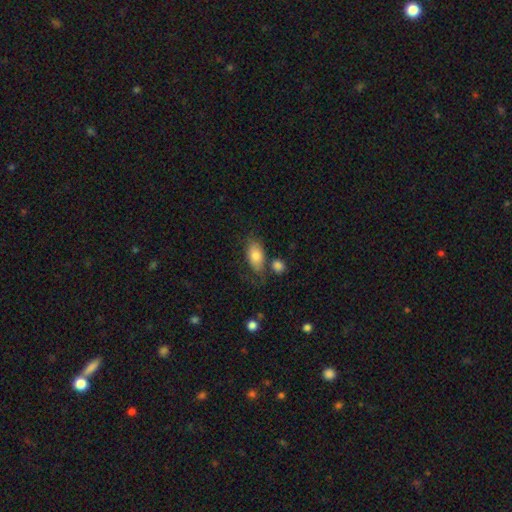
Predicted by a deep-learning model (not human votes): This is clearly a smooth galaxy (80%). How rounded: clearly in between (90%). Merging: possibly none (57%).